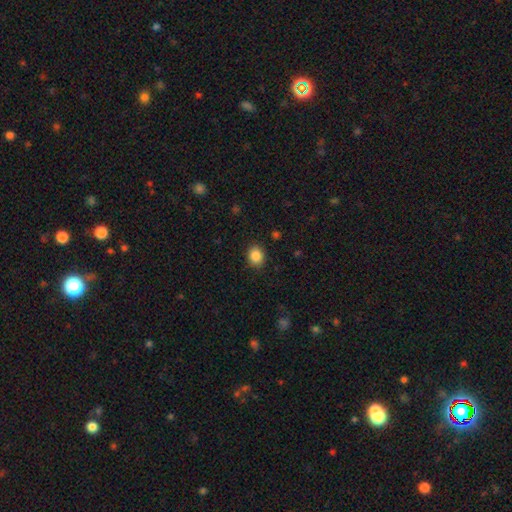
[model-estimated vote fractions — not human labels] Smooth or featured? Predicted: smooth (p=0.87). How rounded? Predicted: round (p=0.65). Merging? Predicted: none (p=0.89).